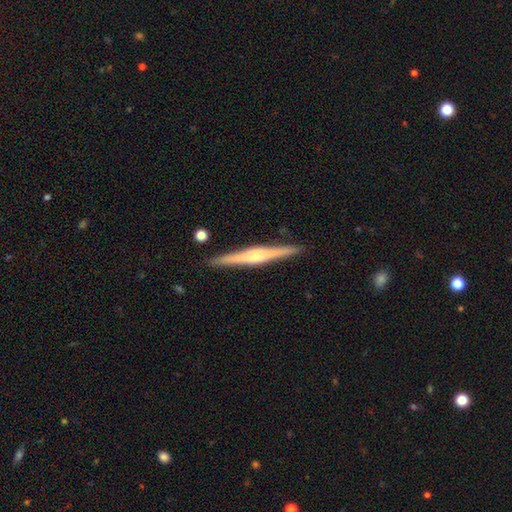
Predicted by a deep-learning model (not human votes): Smooth or featured? featured or disk (75%)
Edge-on disk? yes (98%)
Edge-on bulge? rounded (69%)
Merging? none (91%)